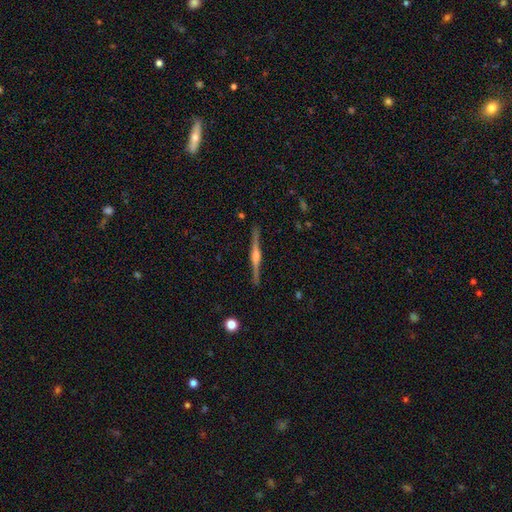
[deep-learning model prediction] This appears to be a featured or disk galaxy (83%) viewed edge-on (98%) with a rounded central bulge (78%). Merging: none (91%).